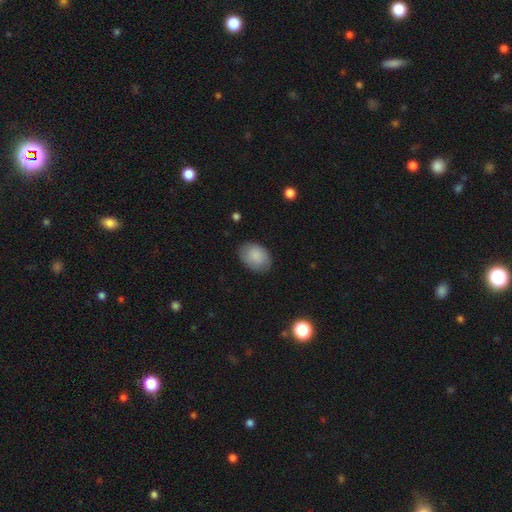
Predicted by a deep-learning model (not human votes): A smooth galaxy with no disk features (86%) that is in between round and cigar-shaped (80%).

Vote fractions:
- Smooth or featured? smooth: 86% / featured or disk: 8% / star or artifact: 6%
- How rounded? in between: 80% / round: 19% / cigar-shaped: 1%
- Merging? none: 82% / minor disturbance: 14% / major disturbance: 3% / merger: 1%